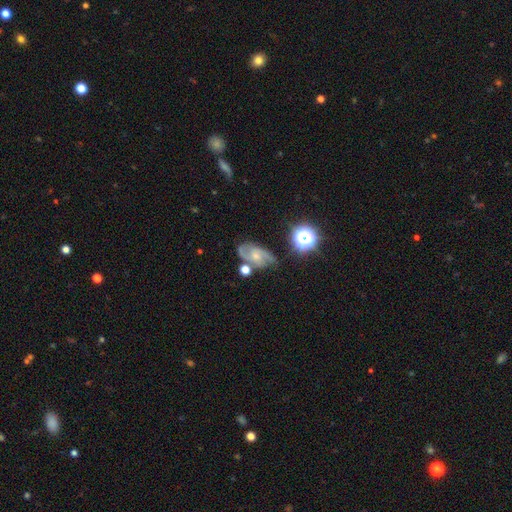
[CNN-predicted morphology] smooth_or_featured: featured or disk (p=0.71) [alt: smooth p=0.18]
disk_edge_on: no (p=0.96) [alt: yes p=0.04]
bar: no (p=0.58) [alt: weak p=0.35]
has_spiral_arms: yes (p=0.92) [alt: no p=0.08]
spiral_winding: medium (p=0.51) [alt: tight p=0.26]
spiral_arm_count: 2 (p=0.70) [alt: can't tell p=0.13]
bulge_size: small (p=0.57) [alt: moderate p=0.34]
merging: none (p=0.60) [alt: minor disturbance p=0.22]